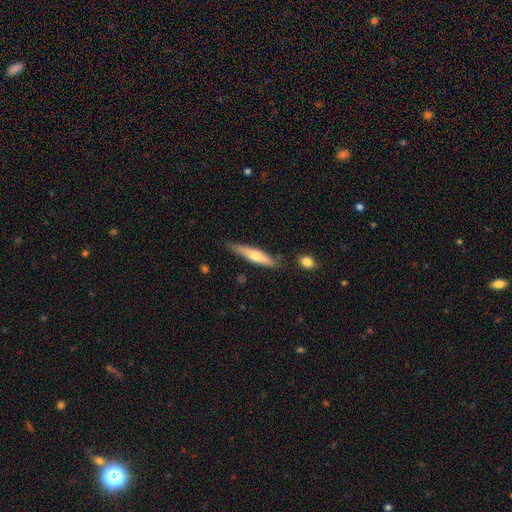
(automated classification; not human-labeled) The model was most divided on "smooth or featured": smooth: 52%, featured or disk: 43%, star or artifact: 6%. More confident: how rounded — cigar-shaped (84%); merging — none (74%).